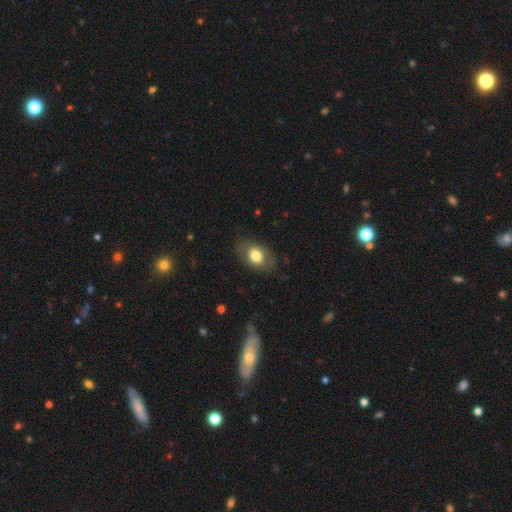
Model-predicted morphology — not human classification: type=smooth (72%); roundness=in between (80%); merging=none (79%).